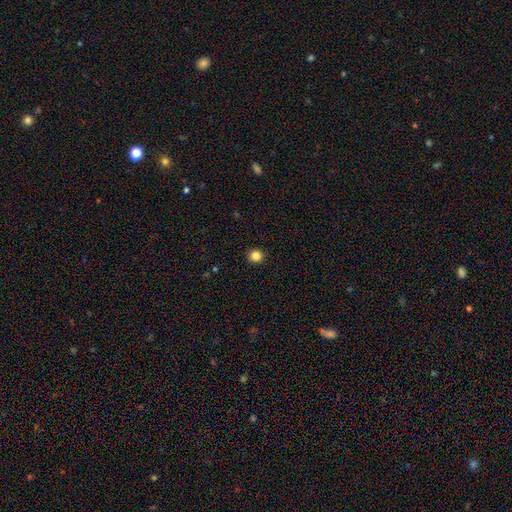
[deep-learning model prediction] Smooth or featured?
  - smooth: 84% *
  - star or artifact: 12%
  - featured or disk: 4%
How rounded?
  - round: 92% *
  - in between: 7%
  - cigar-shaped: 1%
Merging?
  - none: 93% *
  - minor disturbance: 5%
  - major disturbance: 2%
  - merger: 1%